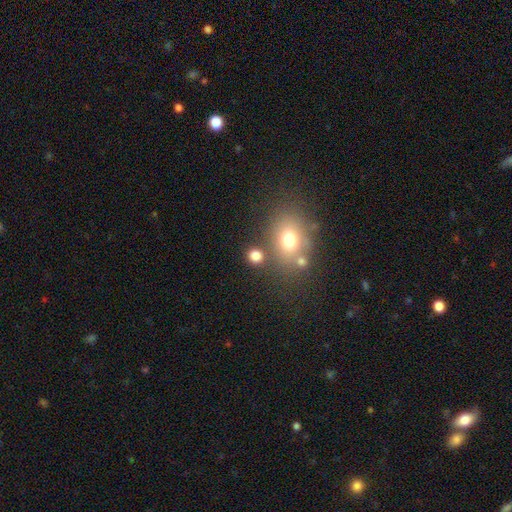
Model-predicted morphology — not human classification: Q: Smooth or featured?
A: smooth (79%); runner-up: star or artifact (14%)
Q: How rounded?
A: round (75%); runner-up: in between (23%)
Q: Merging?
A: none (74%); runner-up: merger (12%)